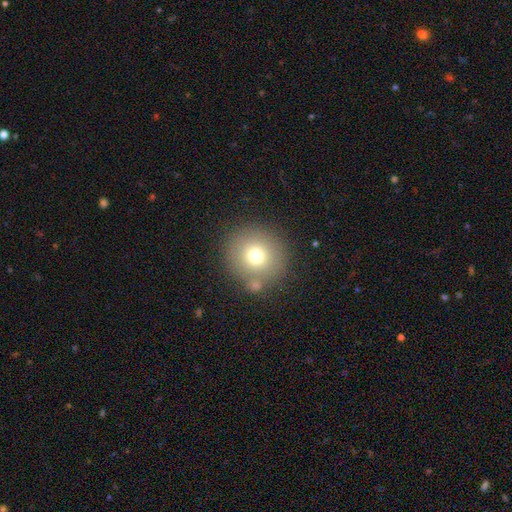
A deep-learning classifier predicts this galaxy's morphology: Smooth or featured? Predicted: smooth (p=0.73). How rounded? Predicted: round (p=0.94). Merging? Predicted: none (p=0.80).